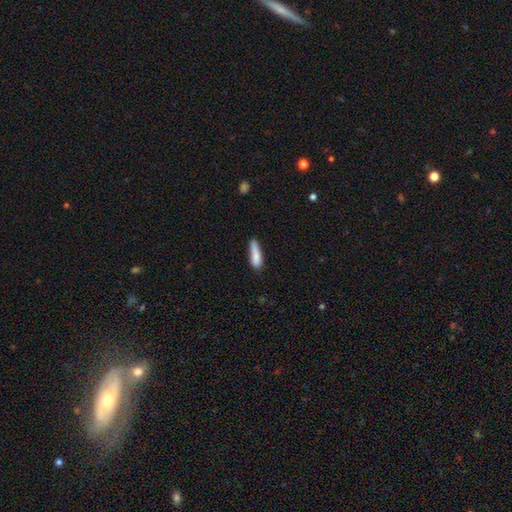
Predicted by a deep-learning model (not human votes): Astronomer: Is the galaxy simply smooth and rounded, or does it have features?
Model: smooth — 83%.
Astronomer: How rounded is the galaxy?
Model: cigar-shaped — 62% (runner-up: in between, 37%).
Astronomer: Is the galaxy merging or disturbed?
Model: none — 58%.